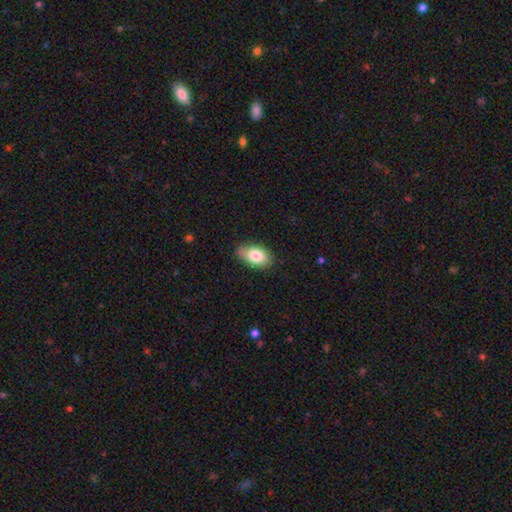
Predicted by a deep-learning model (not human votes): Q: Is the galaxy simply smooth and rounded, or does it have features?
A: smooth — 81%.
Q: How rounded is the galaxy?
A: in between — 91%.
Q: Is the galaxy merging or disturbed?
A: none — 74%.